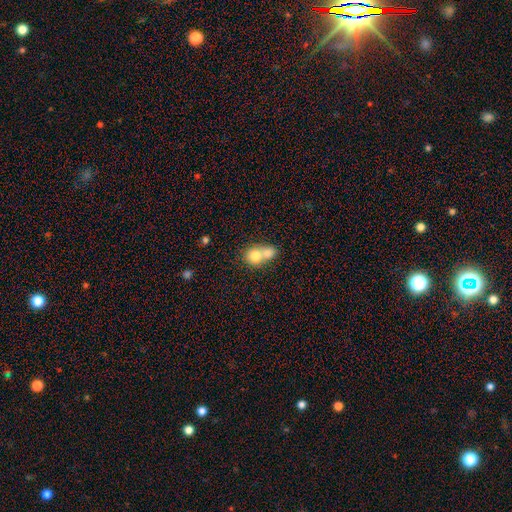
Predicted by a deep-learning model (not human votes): The model was most divided on "how rounded": round: 73%, in between: 26%, cigar-shaped: 1%. More confident: smooth or featured — smooth (75%); merging — merger (72%).